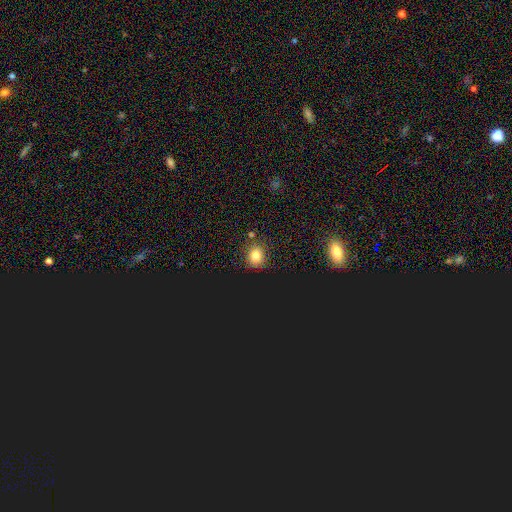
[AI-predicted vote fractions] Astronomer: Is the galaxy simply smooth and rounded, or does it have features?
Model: smooth — 72%.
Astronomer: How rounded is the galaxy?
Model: round — 77%.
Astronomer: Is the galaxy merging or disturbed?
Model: none — 81%.